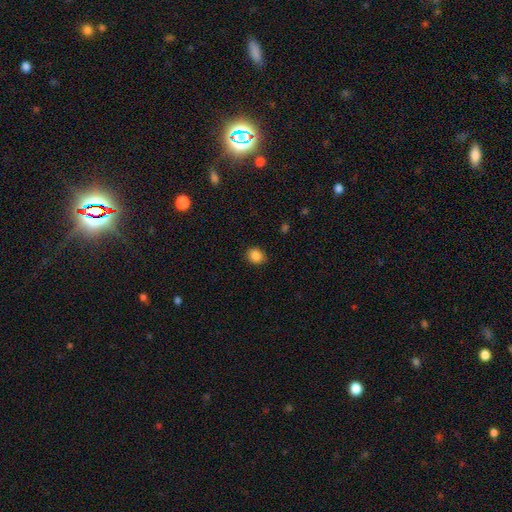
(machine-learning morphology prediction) Smooth or featured? smooth (87%)
How rounded? round (60%)
Merging? none (85%)